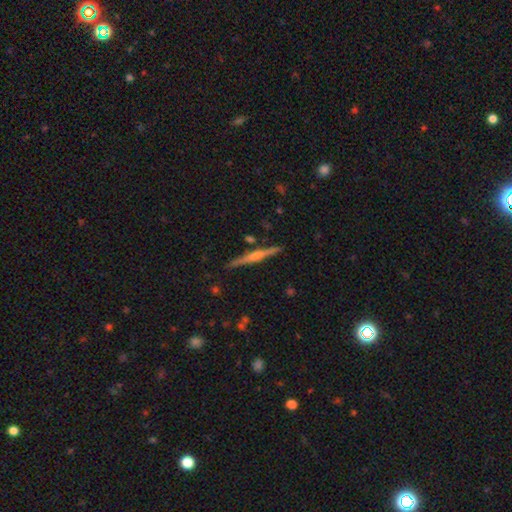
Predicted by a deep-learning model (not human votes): Overall: featured or disk (71%). Edge-on disk: yes (98%). Edge-on bulge: rounded (72%). Merging: none (89%).